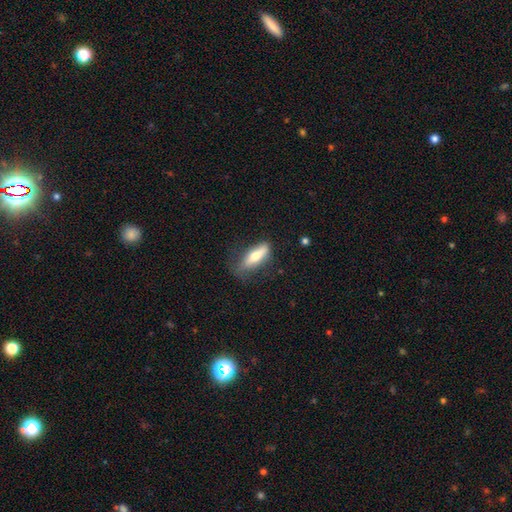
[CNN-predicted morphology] This is likely a smooth galaxy (67%). How rounded: possibly cigar-shaped (51%). Merging: possibly none (55%).